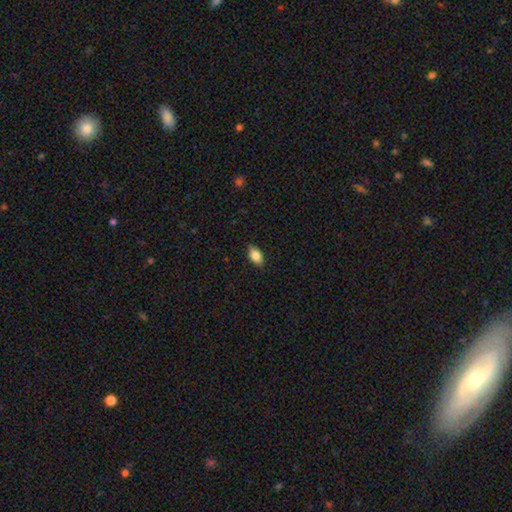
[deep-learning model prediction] A smooth galaxy with no disk features (79%) that is in between round and cigar-shaped (89%).

Vote fractions:
- Smooth or featured? smooth: 79% / featured or disk: 13% / star or artifact: 7%
- How rounded? in between: 89% / cigar-shaped: 5% / round: 5%
- Merging? none: 87% / minor disturbance: 10% / major disturbance: 2% / merger: 1%